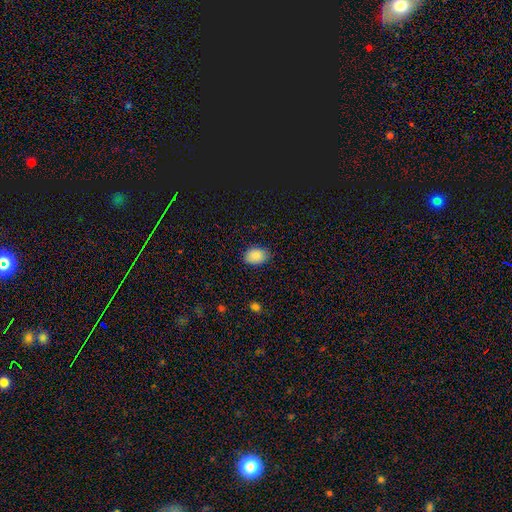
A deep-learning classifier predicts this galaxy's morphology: smooth_or_featured: smooth (p=0.89) [alt: star or artifact p=0.08]
how_rounded: in between (p=0.75) [alt: round p=0.24]
merging: none (p=0.82) [alt: minor disturbance p=0.15]